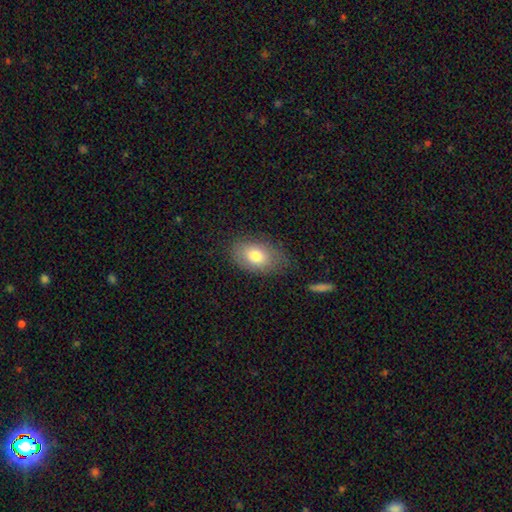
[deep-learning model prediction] The model was most divided on "merging": none: 75%, minor disturbance: 18%, major disturbance: 5%, merger: 1%. More confident: how rounded — in between (87%); smooth or featured — smooth (76%).